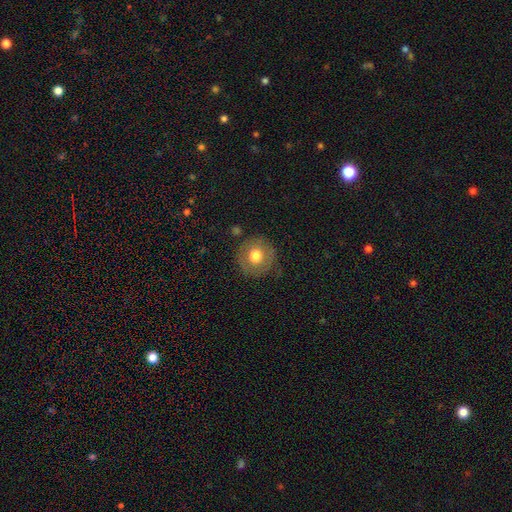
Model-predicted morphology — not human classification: This appears to be a smooth galaxy with no disk features (67%) that is round (93%). Merging: none (84%).